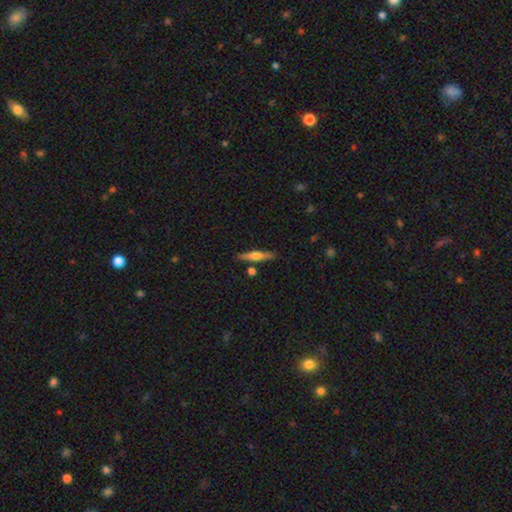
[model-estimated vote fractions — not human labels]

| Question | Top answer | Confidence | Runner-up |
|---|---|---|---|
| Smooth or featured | featured or disk | 59% | smooth (35%) |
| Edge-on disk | yes | 97% | no (3%) |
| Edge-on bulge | rounded | 88% | boxy (7%) |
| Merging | none | 86% | minor disturbance (8%) |